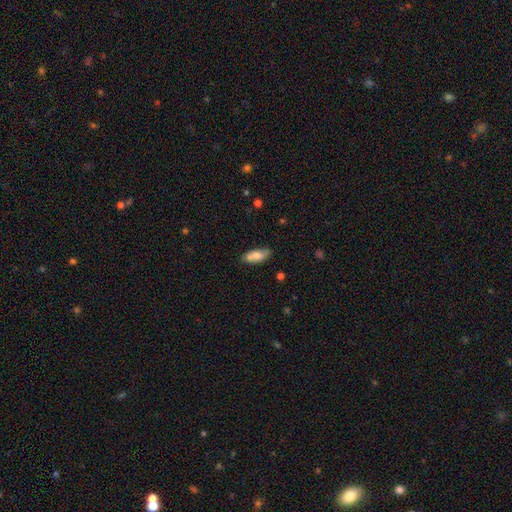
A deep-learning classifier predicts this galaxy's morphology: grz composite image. It shows a smooth galaxy with no disk features (74%) that is in between round and cigar-shaped (78%). Merging: none (73%).